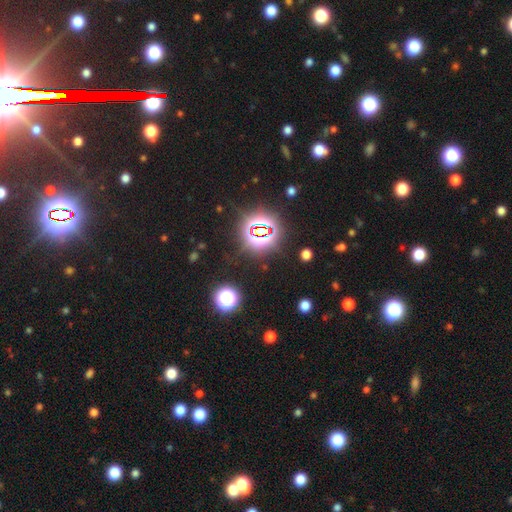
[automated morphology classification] This appears to be a star or artifact, not a galaxy (79%).